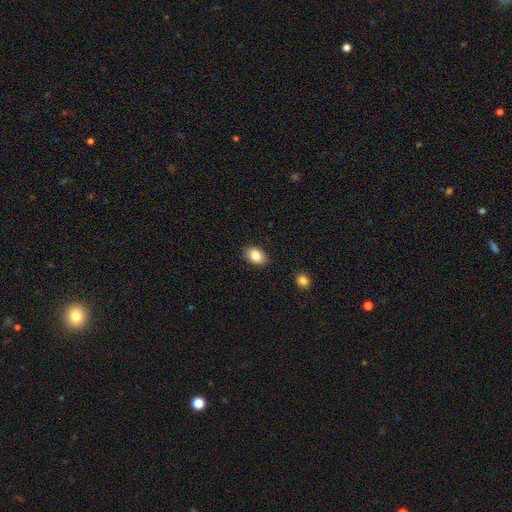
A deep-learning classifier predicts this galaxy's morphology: A smooth galaxy with no disk features (84%) that is in between round and cigar-shaped (78%).

Vote fractions:
- Smooth or featured? smooth: 84% / star or artifact: 8% / featured or disk: 7%
- How rounded? in between: 78% / round: 21% / cigar-shaped: 1%
- Merging? none: 87% / minor disturbance: 10% / major disturbance: 2% / merger: 1%